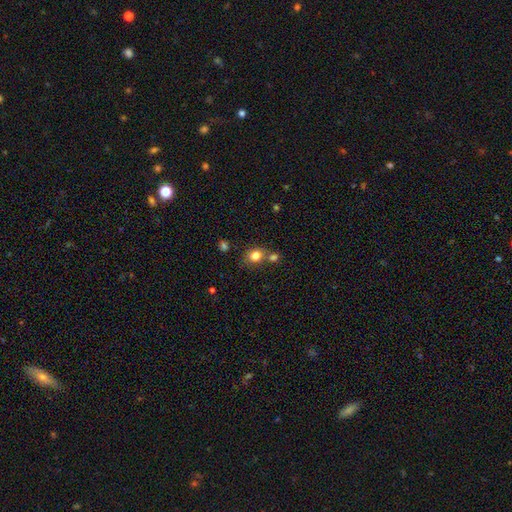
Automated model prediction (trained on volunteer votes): Smooth or featured? smooth (81%)
How rounded? round (65%)
Merging? none (58%)